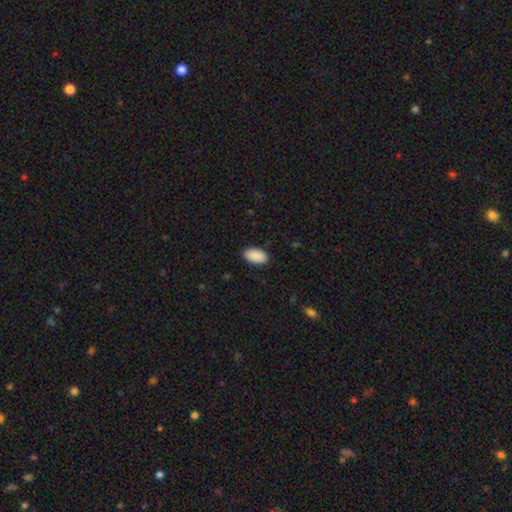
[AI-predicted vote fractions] The model was most divided on "merging": none: 89%, minor disturbance: 9%, major disturbance: 2%, merger: 1%. More confident: how rounded — in between (96%); smooth or featured — smooth (91%).